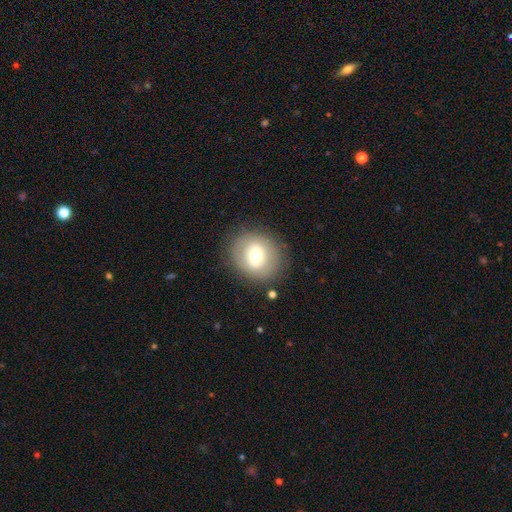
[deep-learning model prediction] Overall: smooth (59%; featured or disk 32%). How rounded: round (79%). Merging: none (82%).